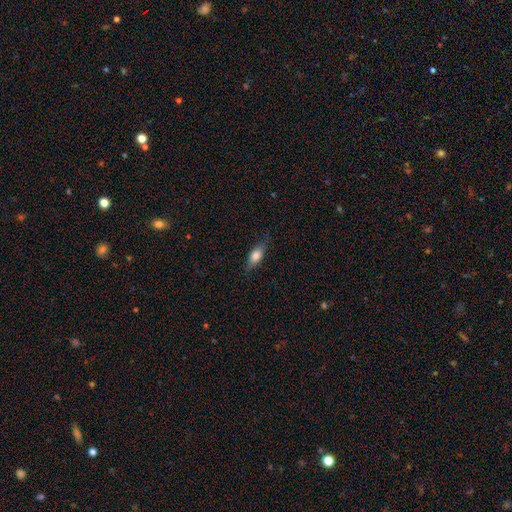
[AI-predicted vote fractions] smooth 73%, featured or disk 20%, star or artifact 7%. Down the decision tree: how rounded — in between (74%); merging — none (75%).